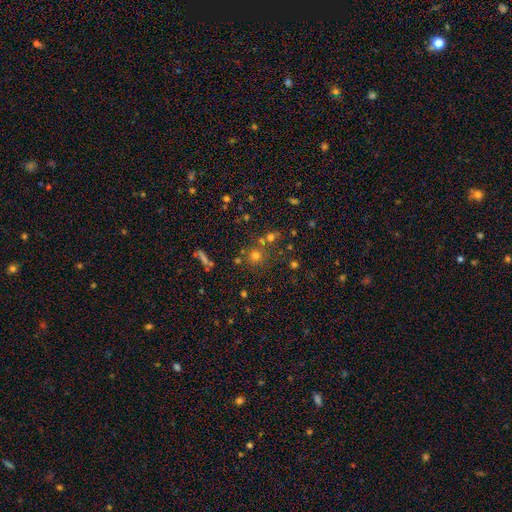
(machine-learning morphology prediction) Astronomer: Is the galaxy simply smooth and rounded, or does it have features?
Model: smooth — 65%.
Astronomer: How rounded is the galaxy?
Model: round — 92%.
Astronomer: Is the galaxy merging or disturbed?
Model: none — 71%.